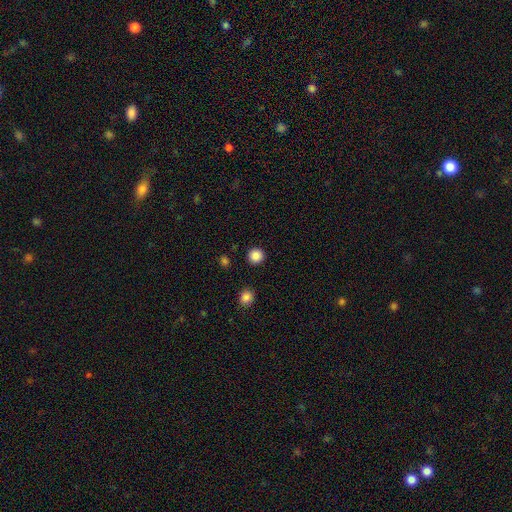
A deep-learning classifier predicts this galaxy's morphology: type=smooth (87%); roundness=round (95%); merging=none (92%).